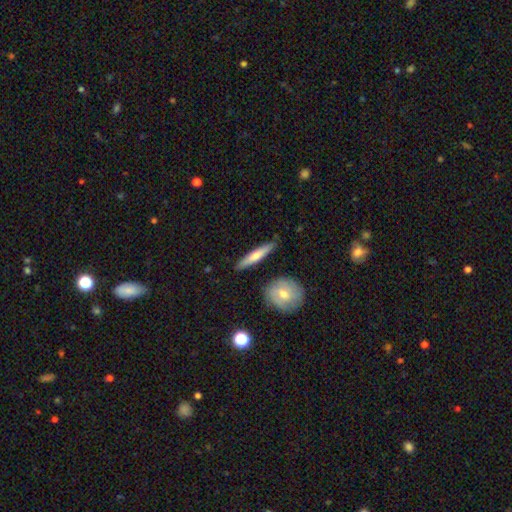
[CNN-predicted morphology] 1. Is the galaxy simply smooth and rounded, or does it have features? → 58% smooth, 36% featured or disk, 5% star or artifact.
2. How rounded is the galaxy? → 88% cigar-shaped, 10% in between, 2% round.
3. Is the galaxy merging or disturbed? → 87% none, 9% minor disturbance, 3% merger, 2% major disturbance.